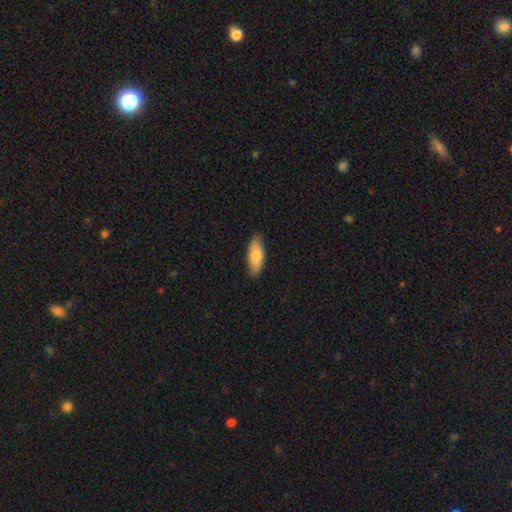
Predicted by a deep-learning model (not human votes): Smooth or featured? smooth (81%)
How rounded? in between (72%)
Merging? none (86%)